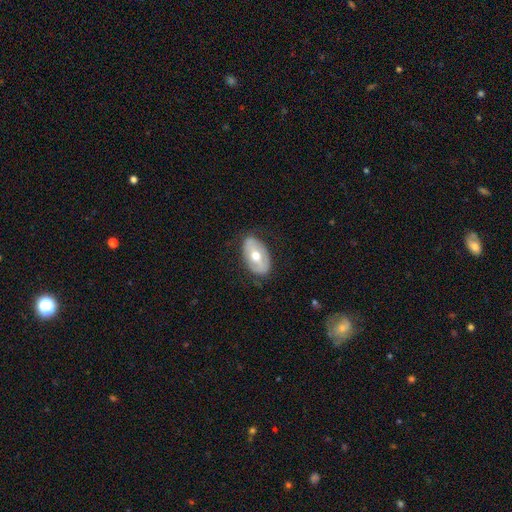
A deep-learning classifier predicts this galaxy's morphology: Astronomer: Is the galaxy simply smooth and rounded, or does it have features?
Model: featured or disk — 49% (runner-up: smooth, 46%).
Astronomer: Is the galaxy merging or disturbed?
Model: none — 78%.